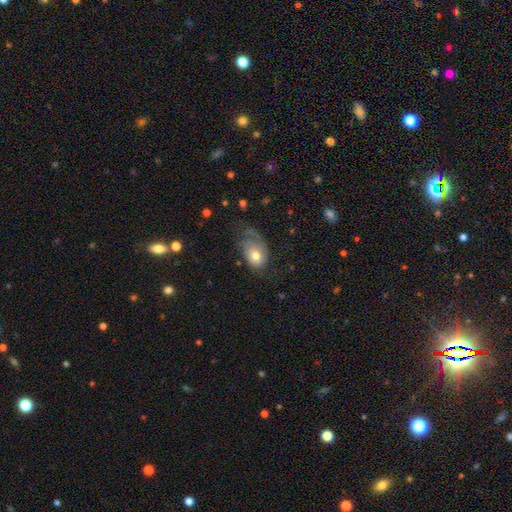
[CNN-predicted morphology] smooth 49%, featured or disk 43%, star or artifact 8%. Down the decision tree: merging — major disturbance (37%).